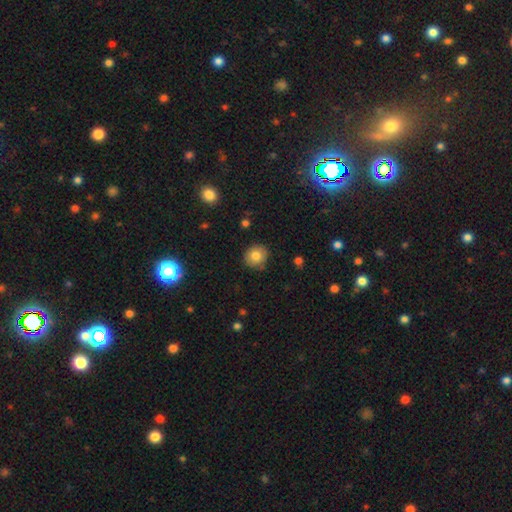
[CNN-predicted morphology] A smooth galaxy with no disk features (81%) that is round (86%). Merging: none (86%).